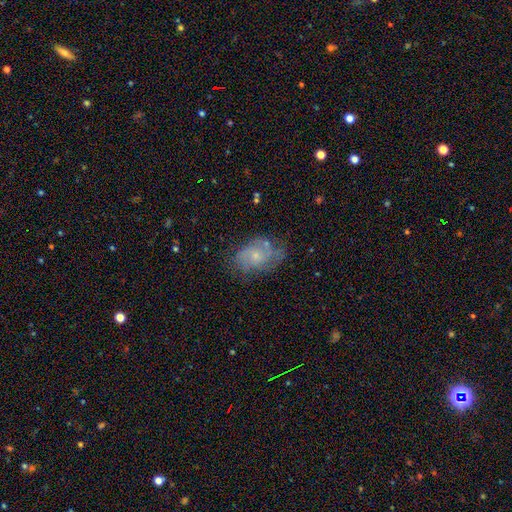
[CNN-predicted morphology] Q: Smooth or featured?
A: featured or disk (59%); runner-up: smooth (32%)
Q: Edge-on disk?
A: no (97%); runner-up: yes (3%)
Q: Bar?
A: no (77%); runner-up: weak (20%)
Q: Spiral arms?
A: yes (76%); runner-up: no (24%)
Q: Bulge size?
A: small (71%); runner-up: moderate (21%)
Q: Merging?
A: none (57%); runner-up: minor disturbance (26%)